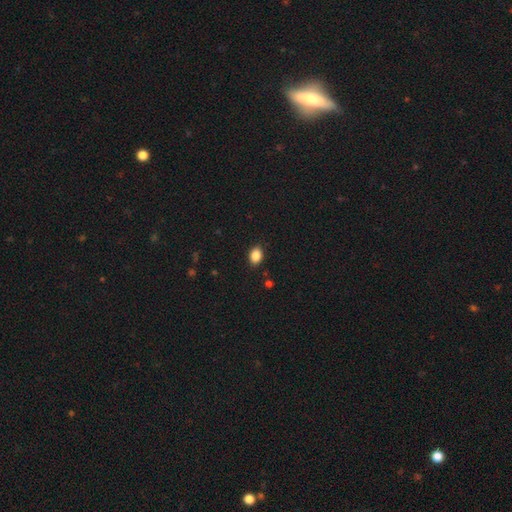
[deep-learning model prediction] smooth 87%, star or artifact 9%, featured or disk 4%. Down the decision tree: how rounded — in between (80%); merging — none (88%).